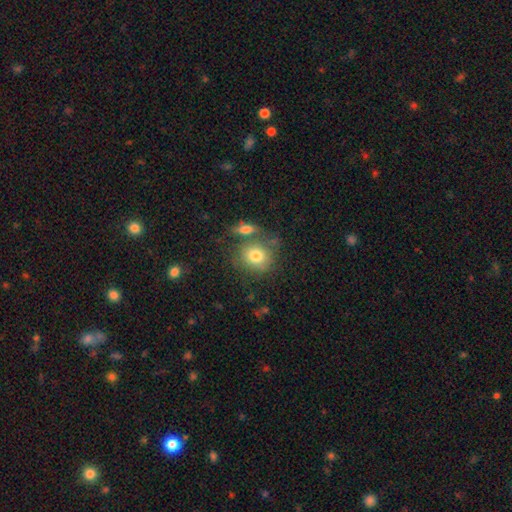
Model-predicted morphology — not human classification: This appears to be a smooth galaxy with no disk features (78%) that is round (78%). Merging: none (59%).